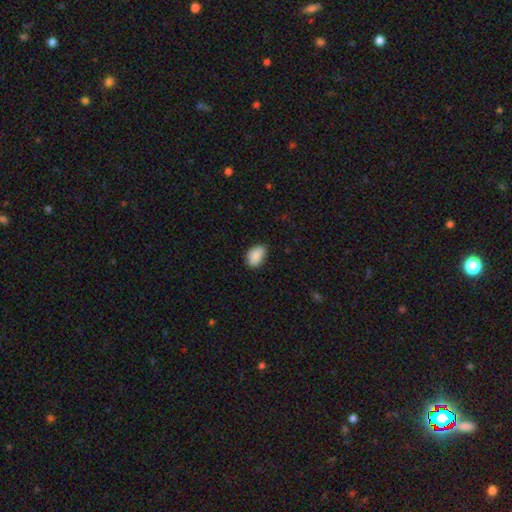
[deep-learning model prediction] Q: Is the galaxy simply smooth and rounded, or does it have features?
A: smooth — 86%.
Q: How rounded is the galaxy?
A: in between — 88%.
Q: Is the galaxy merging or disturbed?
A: none — 72%.